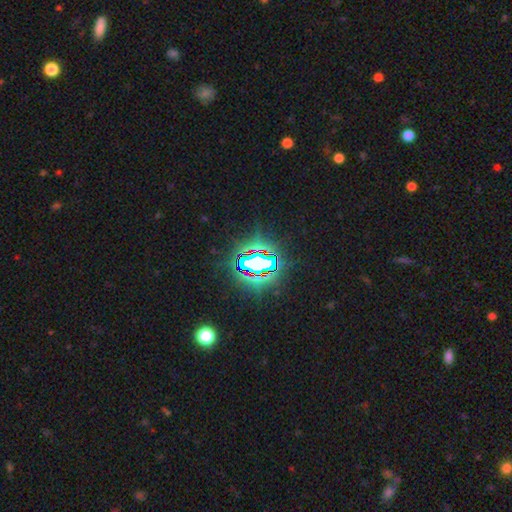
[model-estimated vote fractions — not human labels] A star or artifact, not a galaxy (75%).

Vote fractions:
- Smooth or featured? star or artifact: 75% / smooth: 14% / featured or disk: 11%